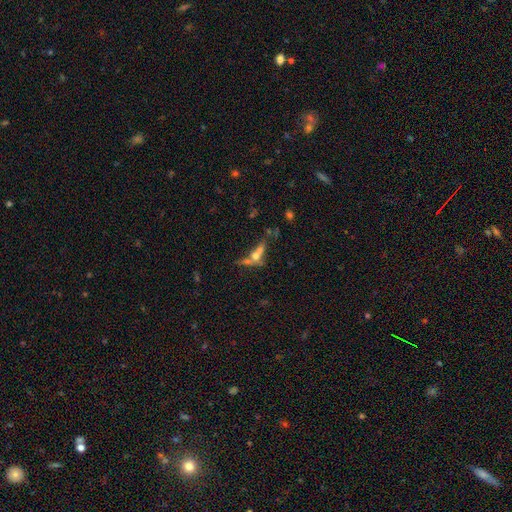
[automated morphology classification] This appears to be a featured or disk galaxy (42%). Merging: merger (43%).